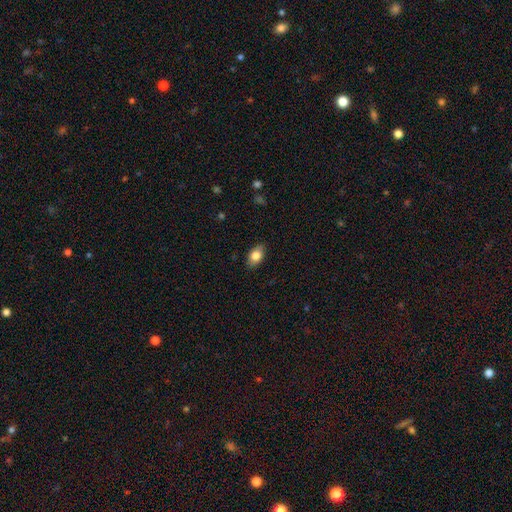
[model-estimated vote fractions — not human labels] A smooth galaxy with no disk features (80%) that is in between round and cigar-shaped (88%).

Vote fractions:
- Smooth or featured? smooth: 80% / featured or disk: 13% / star or artifact: 7%
- How rounded? in between: 88% / round: 10% / cigar-shaped: 2%
- Merging? none: 86% / minor disturbance: 11% / major disturbance: 2% / merger: 1%